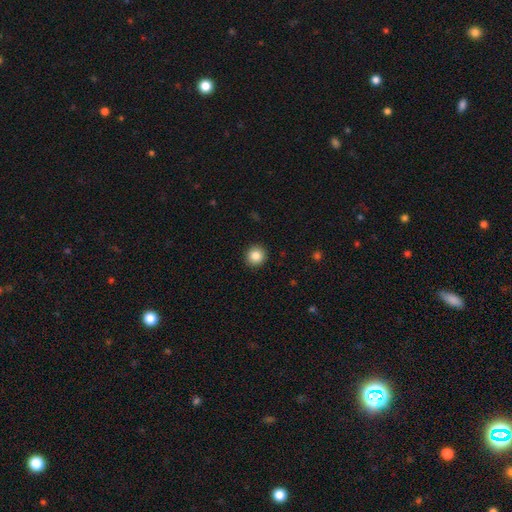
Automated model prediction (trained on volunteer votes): A smooth galaxy with no disk features (86%) that is round (93%).

Vote fractions:
- Smooth or featured? smooth: 86% / star or artifact: 10% / featured or disk: 4%
- How rounded? round: 93% / in between: 6% / cigar-shaped: 1%
- Merging? none: 92% / minor disturbance: 5% / major disturbance: 2% / merger: 1%